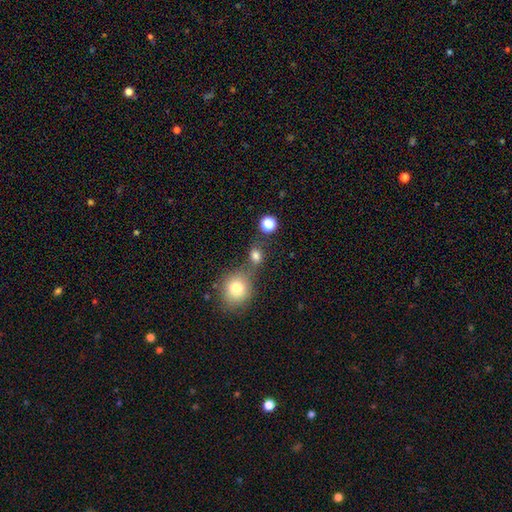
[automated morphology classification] Smooth or featured?
  - smooth: 79% *
  - star or artifact: 14%
  - featured or disk: 7%
How rounded?
  - round: 62% *
  - in between: 36%
  - cigar-shaped: 2%
Merging?
  - none: 58% *
  - merger: 26%
  - minor disturbance: 11%
  - major disturbance: 5%